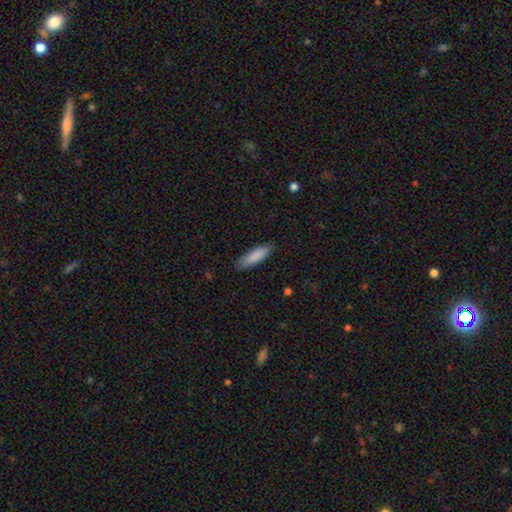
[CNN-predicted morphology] Q: Smooth or featured?
A: smooth (87%); runner-up: featured or disk (7%)
Q: How rounded?
A: cigar-shaped (59%); runner-up: in between (40%)
Q: Merging?
A: none (86%); runner-up: minor disturbance (11%)